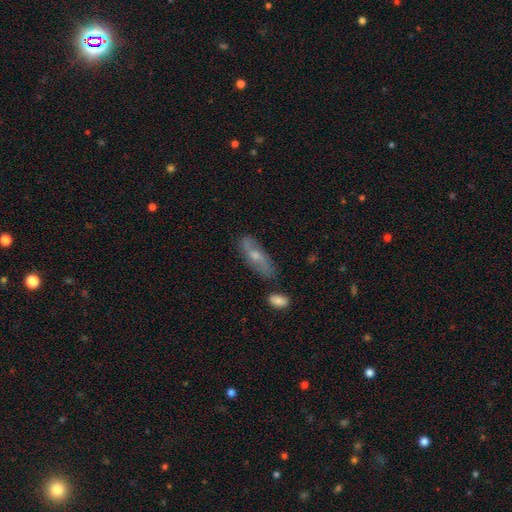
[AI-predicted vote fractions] Q: Smooth or featured?
A: featured or disk (61%); runner-up: smooth (32%)
Q: Edge-on disk?
A: no (79%); runner-up: yes (21%)
Q: Merging?
A: none (74%); runner-up: minor disturbance (16%)